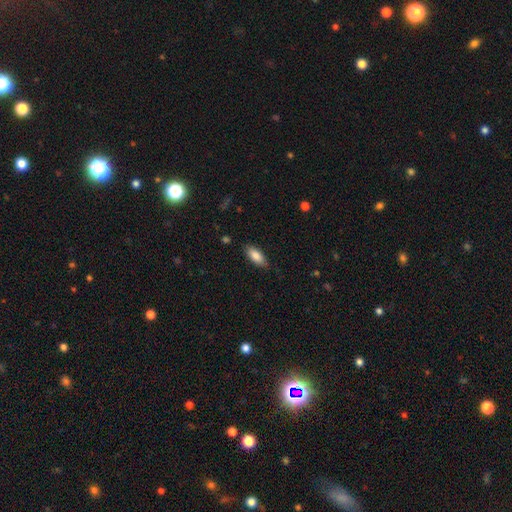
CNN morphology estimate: type=smooth (85%); roundness=in between (83%); merging=none (81%).